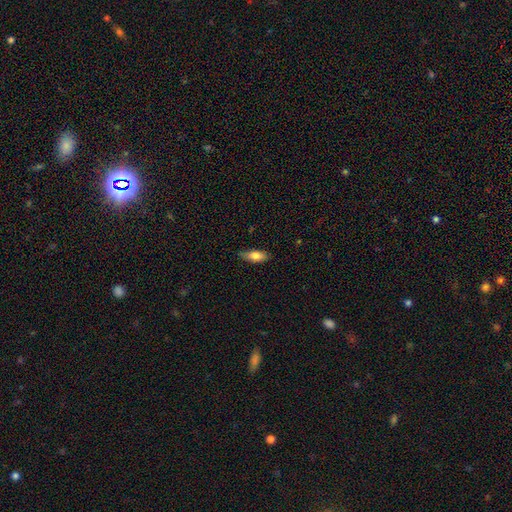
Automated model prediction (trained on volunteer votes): This is likely a smooth galaxy (75%). How rounded: likely in between (69%). Merging: likely none (76%).